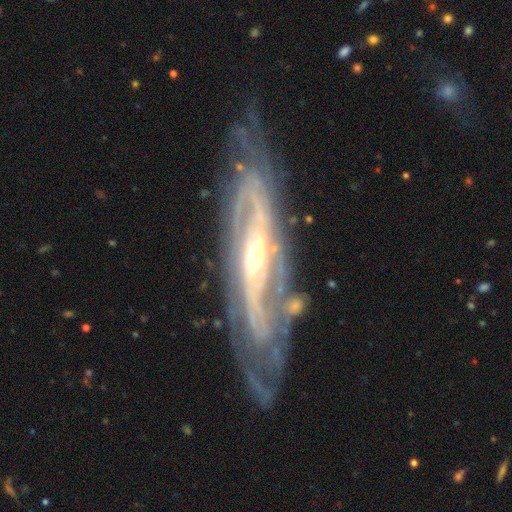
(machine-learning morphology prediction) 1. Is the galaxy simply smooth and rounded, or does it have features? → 90% featured or disk, 5% smooth, 5% star or artifact.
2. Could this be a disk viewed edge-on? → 78% no, 22% yes.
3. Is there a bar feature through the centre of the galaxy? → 36% no, 33% weak, 31% strong.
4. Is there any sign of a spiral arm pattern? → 94% yes, 6% no.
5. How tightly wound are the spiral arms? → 52% tight, 35% medium, 12% loose.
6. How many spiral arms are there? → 48% 2, 29% can't tell, 8% 3, 5% 4, 5% more than 4, 4% 1.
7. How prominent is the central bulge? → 51% moderate, 42% small, 5% large, 1% none, 1% dominant.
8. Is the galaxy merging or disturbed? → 75% none, 16% minor disturbance, 7% major disturbance, 2% merger.